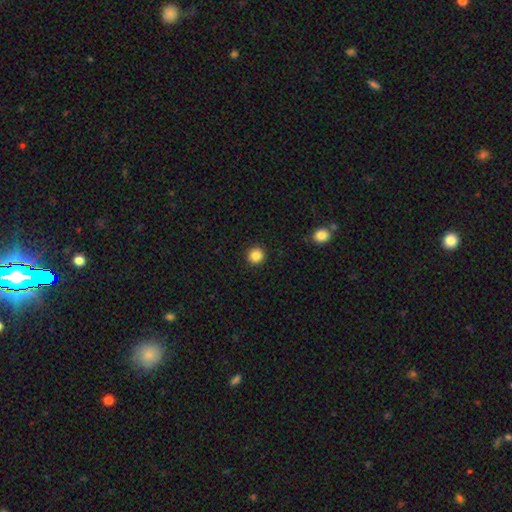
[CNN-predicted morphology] A smooth galaxy with no disk features (86%) that is round (94%). Merging: none (93%).